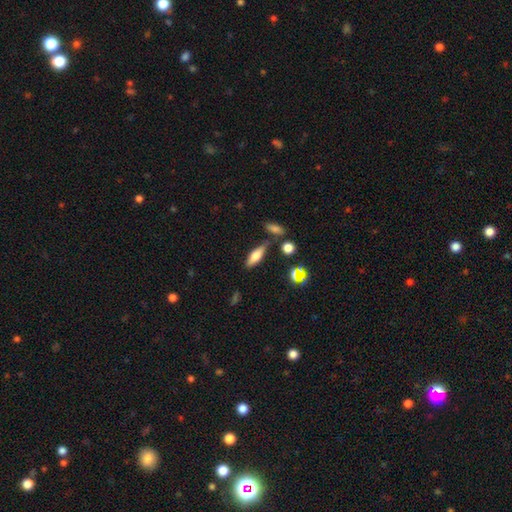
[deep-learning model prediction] Smooth or featured?
  - smooth: 63% *
  - featured or disk: 27%
  - star or artifact: 10%
How rounded?
  - in between: 58% *
  - cigar-shaped: 38%
  - round: 3%
Merging?
  - none: 73% *
  - minor disturbance: 14%
  - merger: 9%
  - major disturbance: 4%